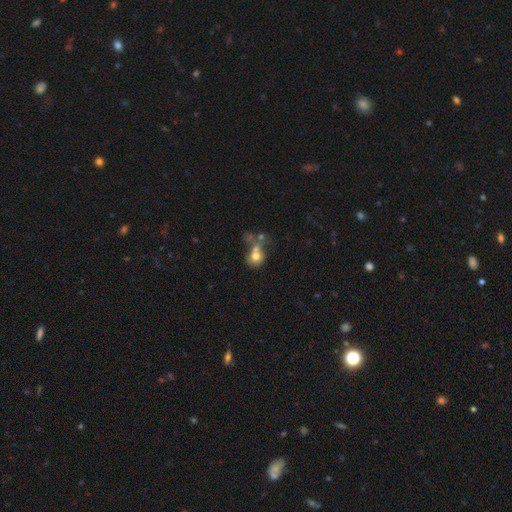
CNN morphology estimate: This is likely a smooth galaxy (65%). How rounded: likely round (69%). Merging: possibly merger (51%).